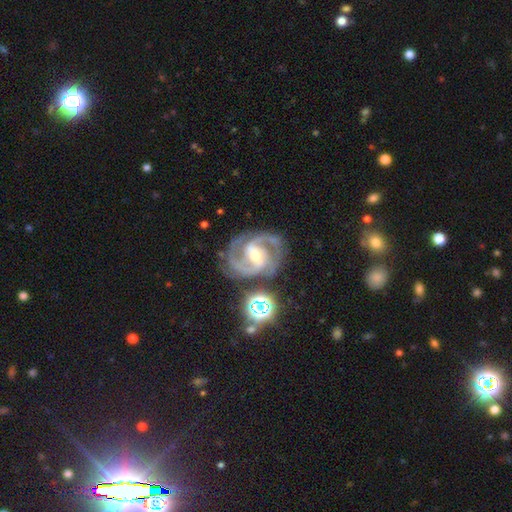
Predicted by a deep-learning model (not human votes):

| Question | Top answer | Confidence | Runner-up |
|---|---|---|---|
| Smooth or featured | featured or disk | 91% | star or artifact (5%) |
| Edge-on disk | no | 98% | yes (2%) |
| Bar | weak | 45% | strong (33%) |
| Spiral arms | yes | 98% | no (2%) |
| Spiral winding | medium | 57% | tight (35%) |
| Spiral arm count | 2 | 63% | 3 (25%) |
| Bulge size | moderate | 55% | small (40%) |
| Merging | none | 74% | minor disturbance (15%) |